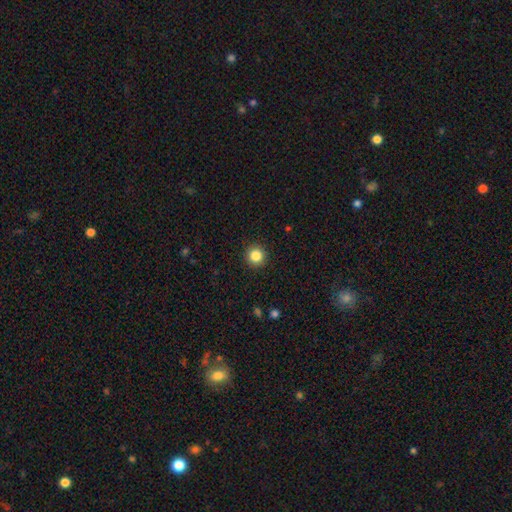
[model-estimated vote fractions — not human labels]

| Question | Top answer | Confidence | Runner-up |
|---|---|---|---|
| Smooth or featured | smooth | 85% | star or artifact (11%) |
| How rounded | round | 95% | in between (4%) |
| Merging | none | 92% | minor disturbance (5%) |